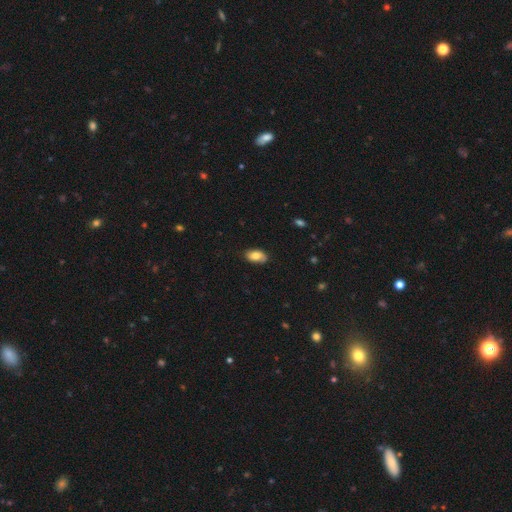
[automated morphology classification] Overall: smooth (78%). How rounded: in between (93%). Merging: none (77%).